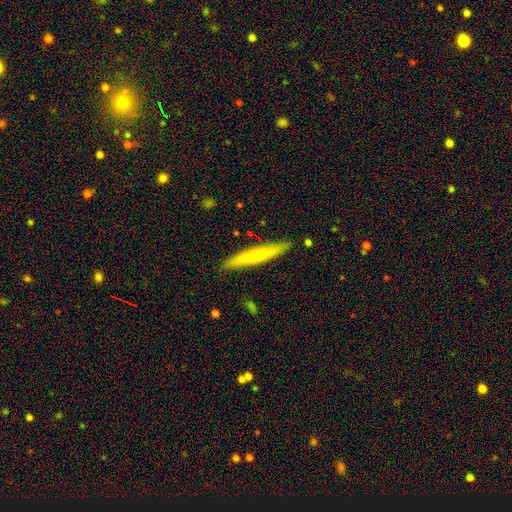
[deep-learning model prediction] A smooth galaxy with no disk features (60%) that is cigar-shaped (94%).

Vote fractions:
- Smooth or featured? smooth: 60% / featured or disk: 35% / star or artifact: 5%
- How rounded? cigar-shaped: 94% / in between: 5% / round: 1%
- Merging? none: 89% / minor disturbance: 8% / merger: 2% / major disturbance: 2%